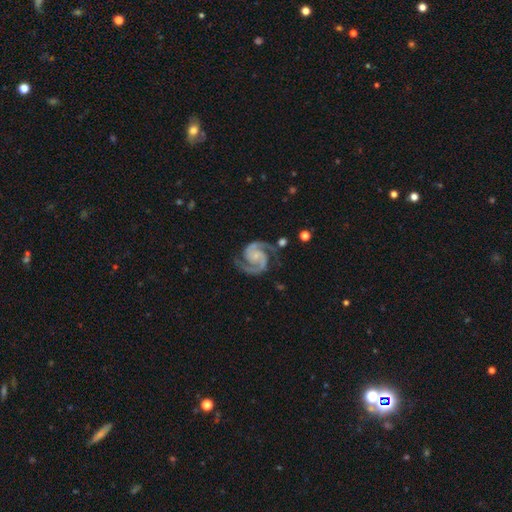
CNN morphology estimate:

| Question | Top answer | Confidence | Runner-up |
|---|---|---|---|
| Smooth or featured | featured or disk | 94% | star or artifact (4%) |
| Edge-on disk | no | 99% | yes (1%) |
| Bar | no | 62% | weak (28%) |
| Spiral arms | yes | 99% | no (1%) |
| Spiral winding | medium | 57% | tight (35%) |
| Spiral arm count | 2 | 94% | 3 (2%) |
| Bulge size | small | 64% | none (17%) |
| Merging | none | 79% | minor disturbance (13%) |